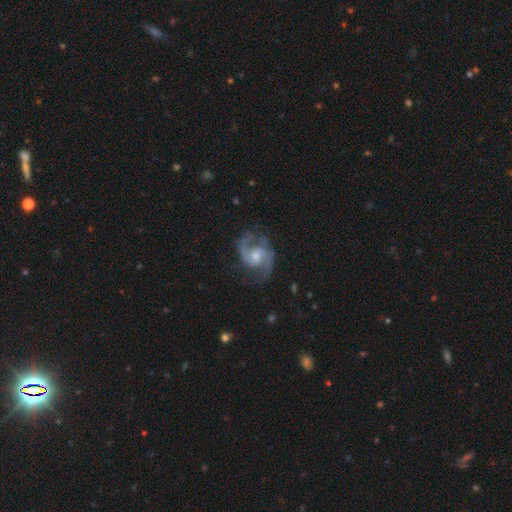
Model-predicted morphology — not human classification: Overall: featured or disk (89%). Edge-on disk: no (98%). Bar: no (54%; weak 39%). Spiral arms: yes (97%). Spiral arm count: 2 (90%). Spiral winding: medium (59%; loose 24%). Bulge size: moderate (50%; small 41%). Merging: none (71%).